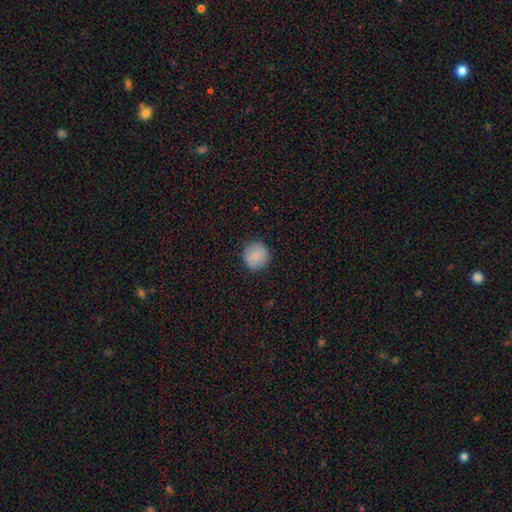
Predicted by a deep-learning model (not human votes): The model was most divided on "smooth or featured": smooth: 88%, star or artifact: 8%, featured or disk: 5%. More confident: how rounded — round (93%); merging — none (88%).